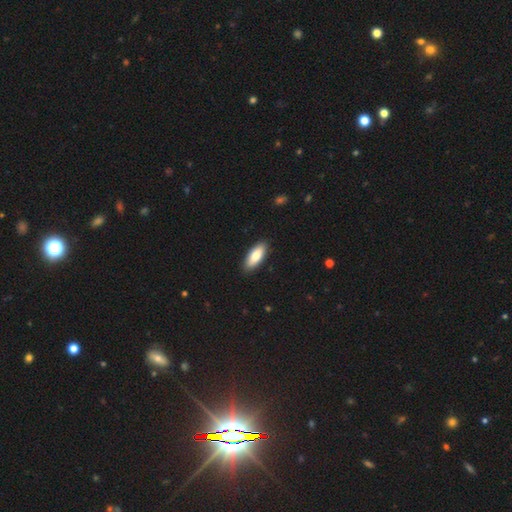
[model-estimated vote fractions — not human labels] This is clearly a smooth galaxy (82%). How rounded: likely in between (76%). Merging: clearly none (89%).